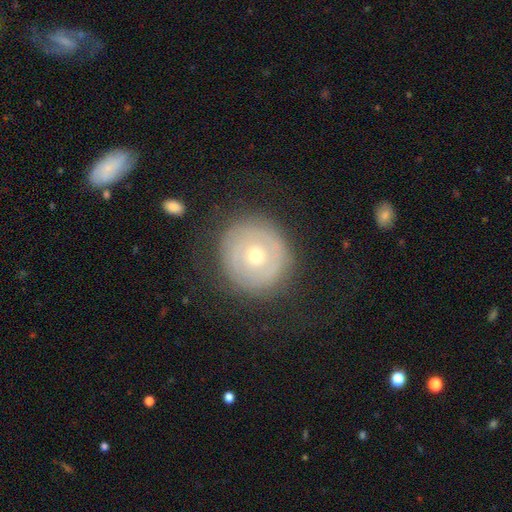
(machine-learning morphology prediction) type=featured or disk (50%); merging=none (79%).